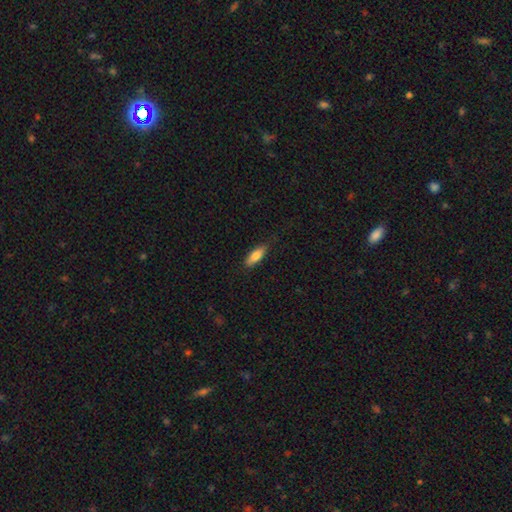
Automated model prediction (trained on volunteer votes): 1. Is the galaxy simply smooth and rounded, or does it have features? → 79% smooth, 15% featured or disk, 6% star or artifact.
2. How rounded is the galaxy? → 59% in between, 39% cigar-shaped, 2% round.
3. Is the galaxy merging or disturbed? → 80% none, 16% minor disturbance, 3% major disturbance, 1% merger.